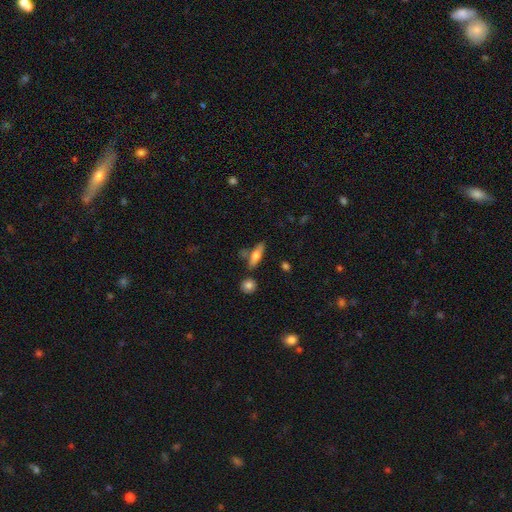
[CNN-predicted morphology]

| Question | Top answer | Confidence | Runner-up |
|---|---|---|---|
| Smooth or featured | smooth | 56% | featured or disk (37%) |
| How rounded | cigar-shaped | 54% | in between (43%) |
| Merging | none | 68% | minor disturbance (17%) |